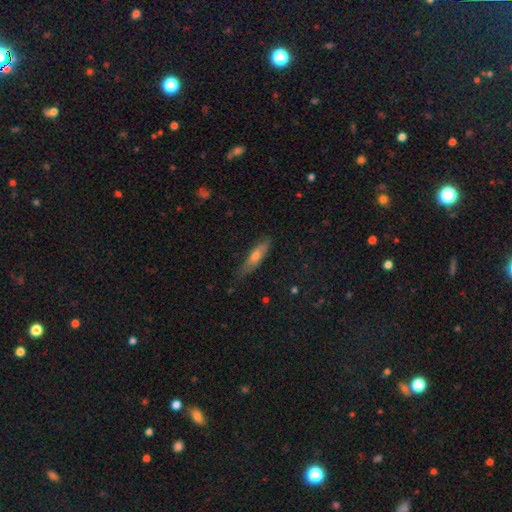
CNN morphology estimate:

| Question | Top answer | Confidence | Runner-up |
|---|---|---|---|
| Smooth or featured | smooth | 54% | featured or disk (38%) |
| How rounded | cigar-shaped | 68% | in between (29%) |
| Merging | none | 73% | minor disturbance (22%) |